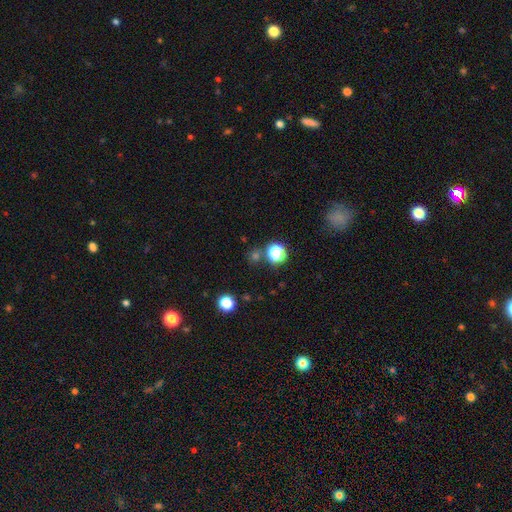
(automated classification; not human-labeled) smooth-or-featured: smooth: 51% | star or artifact: 41% | featured or disk: 7%
  how-rounded: round: 89% | in between: 9% | cigar-shaped: 1%
  merging: none: 79% | merger: 10% | minor disturbance: 8% | major disturbance: 4%